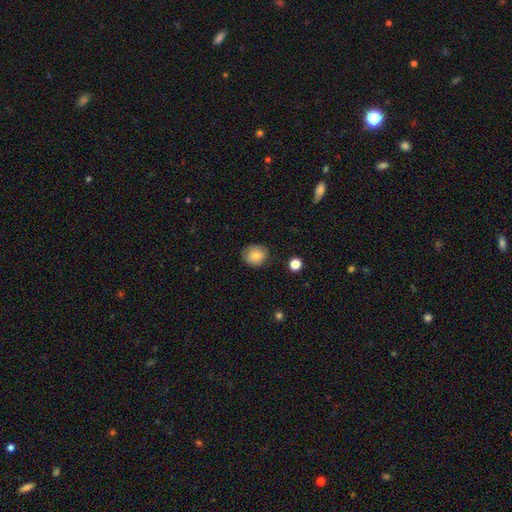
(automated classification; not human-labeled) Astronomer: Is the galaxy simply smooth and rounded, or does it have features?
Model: smooth — 82%.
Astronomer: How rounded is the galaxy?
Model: round — 72%.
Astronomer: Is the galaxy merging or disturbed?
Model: none — 80%.